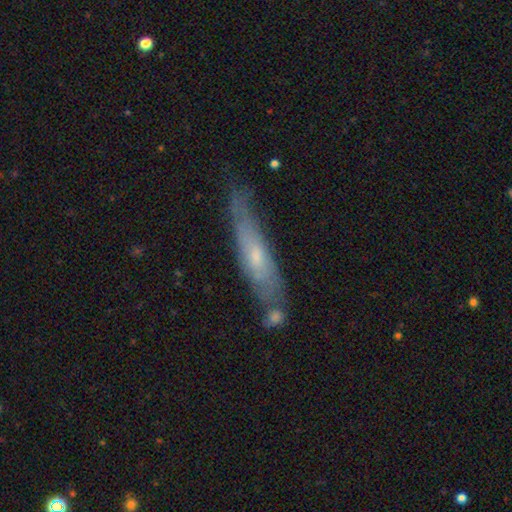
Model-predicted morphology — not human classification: A featured or disk galaxy (56%) viewed edge-on (66%). Merging: none (66%).